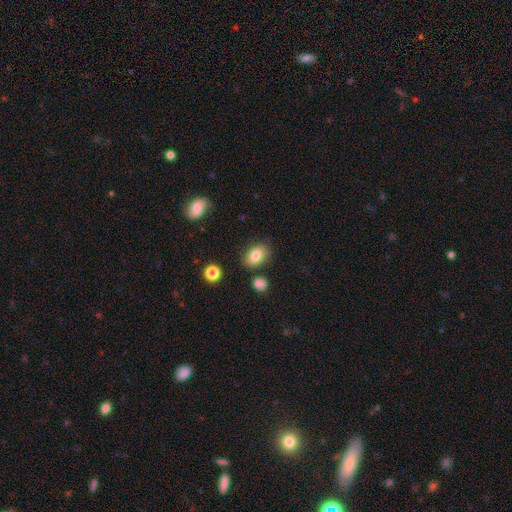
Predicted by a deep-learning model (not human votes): This appears to be a smooth galaxy with no disk features (80%) that is in between round and cigar-shaped (79%). Merging: none (78%).